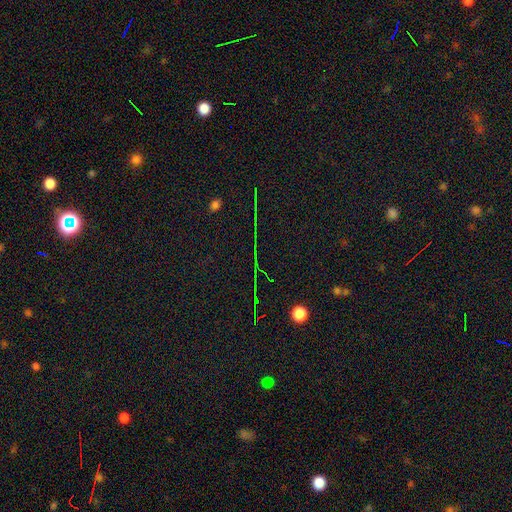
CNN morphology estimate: Smooth or featured: star or artifact — 77% (smooth — 15%)